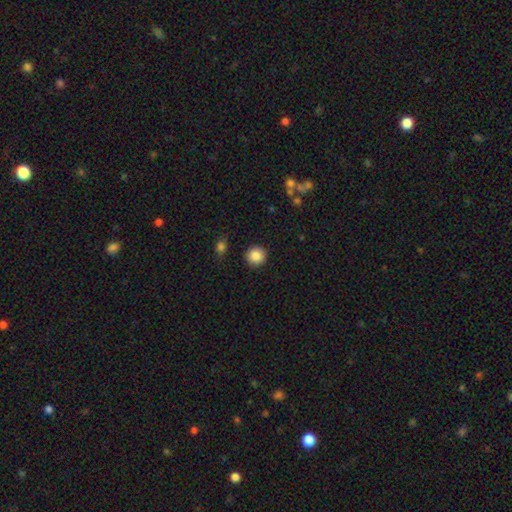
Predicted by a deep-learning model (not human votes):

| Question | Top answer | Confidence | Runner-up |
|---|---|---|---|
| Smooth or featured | smooth | 87% | star or artifact (9%) |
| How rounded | round | 94% | in between (5%) |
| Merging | none | 91% | minor disturbance (6%) |